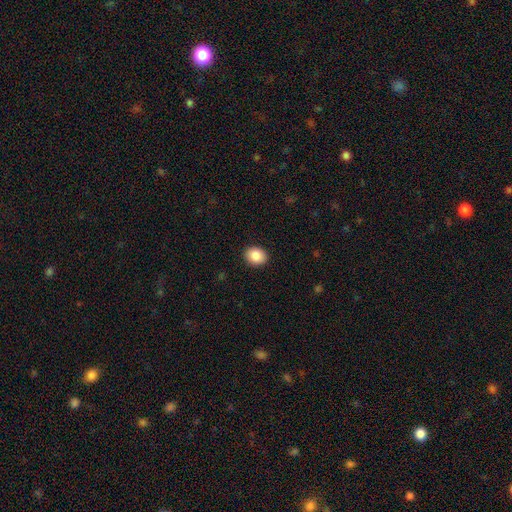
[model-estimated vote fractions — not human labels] Q: Smooth or featured?
A: smooth (87%); runner-up: star or artifact (8%)
Q: How rounded?
A: in between (52%); runner-up: round (48%)
Q: Merging?
A: none (91%); runner-up: minor disturbance (6%)